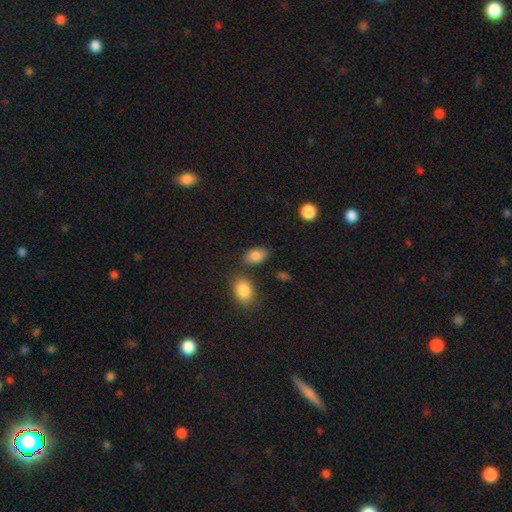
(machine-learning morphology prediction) Smooth or featured?
  - smooth: 85% *
  - star or artifact: 8%
  - featured or disk: 7%
How rounded?
  - in between: 88% *
  - round: 10%
  - cigar-shaped: 2%
Merging?
  - none: 73% *
  - minor disturbance: 14%
  - merger: 9%
  - major disturbance: 4%